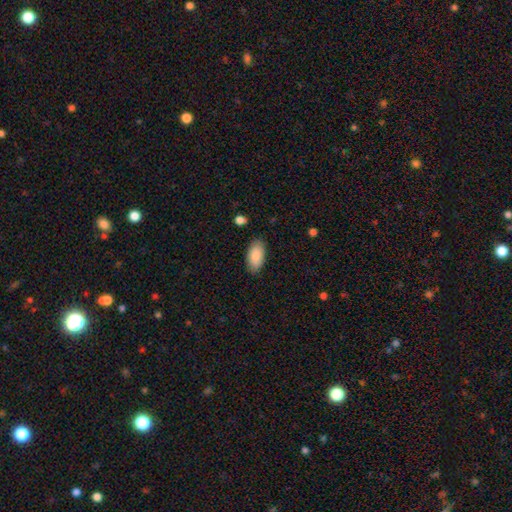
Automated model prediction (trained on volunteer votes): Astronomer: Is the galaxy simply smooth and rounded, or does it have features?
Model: smooth — 88%.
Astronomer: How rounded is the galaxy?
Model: in between — 94%.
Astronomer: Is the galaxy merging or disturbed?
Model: none — 86%.